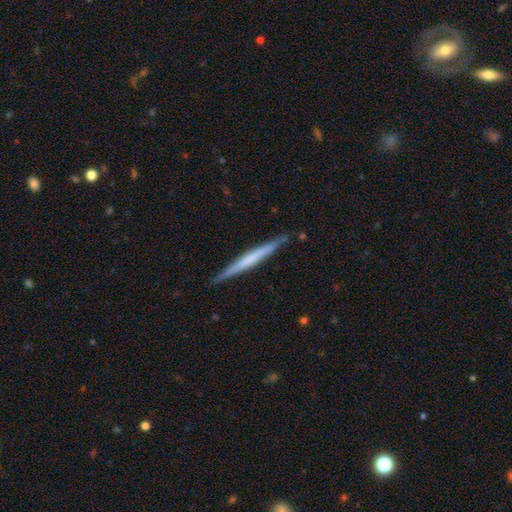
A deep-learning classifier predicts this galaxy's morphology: Overall: featured or disk (56%; smooth 38%). Edge-on disk: yes (98%). Edge-on bulge: none (74%). Merging: none (90%).